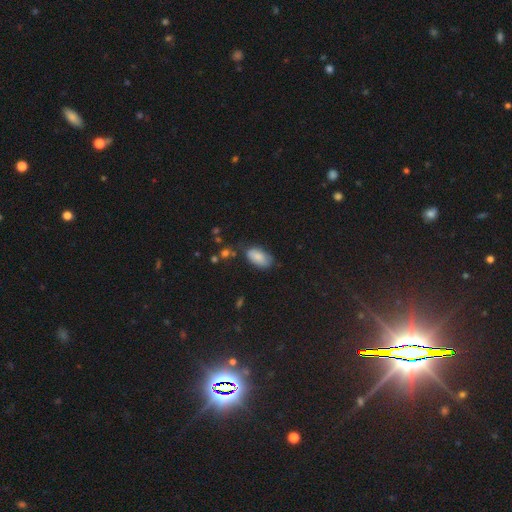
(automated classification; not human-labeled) The model was most divided on "merging": none: 66%, minor disturbance: 25%, major disturbance: 6%, merger: 3%. More confident: how rounded — in between (93%); smooth or featured — smooth (80%).